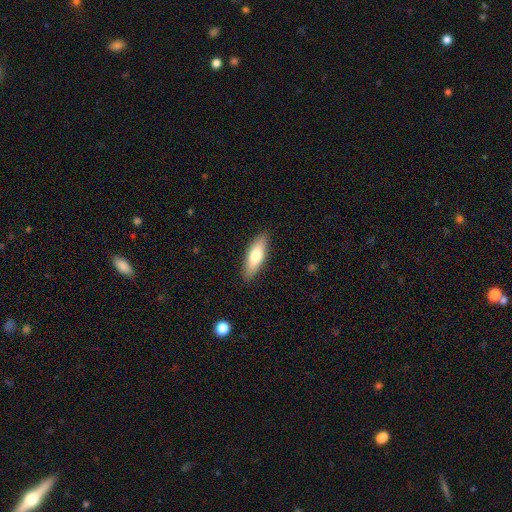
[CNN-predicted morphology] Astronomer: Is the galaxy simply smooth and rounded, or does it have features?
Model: smooth — 72%.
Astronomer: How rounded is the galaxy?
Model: in between — 53% (runner-up: cigar-shaped, 45%).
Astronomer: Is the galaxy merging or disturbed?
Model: none — 88%.